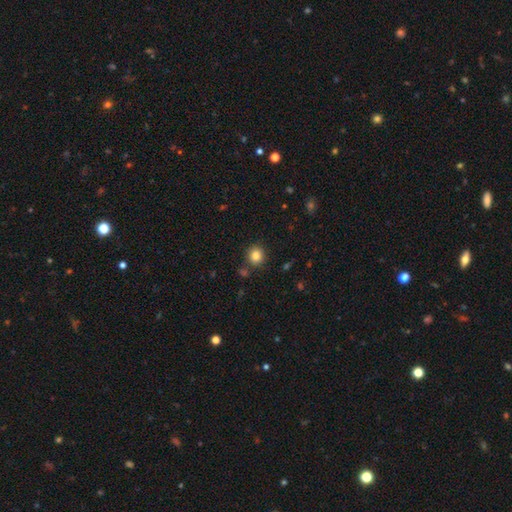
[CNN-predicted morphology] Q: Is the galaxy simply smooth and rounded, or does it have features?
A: smooth — 83%.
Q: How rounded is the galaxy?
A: round — 89%.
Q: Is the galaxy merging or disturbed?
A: none — 85%.